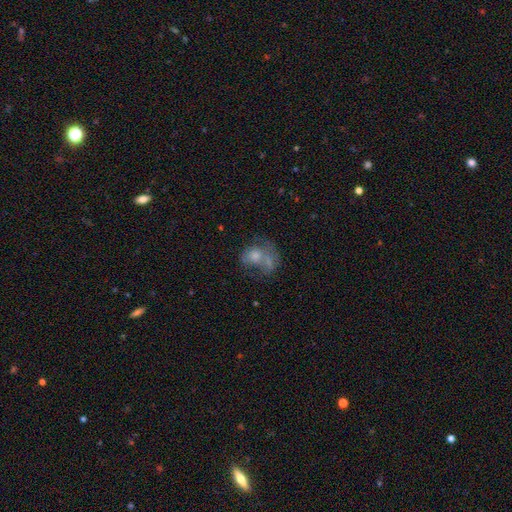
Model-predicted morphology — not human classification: A smooth galaxy with no disk features (43%).

Vote fractions:
- Smooth or featured? smooth: 43% / featured or disk: 41% / star or artifact: 16%
- Merging? merger: 37% / none: 27% / major disturbance: 22% / minor disturbance: 14%